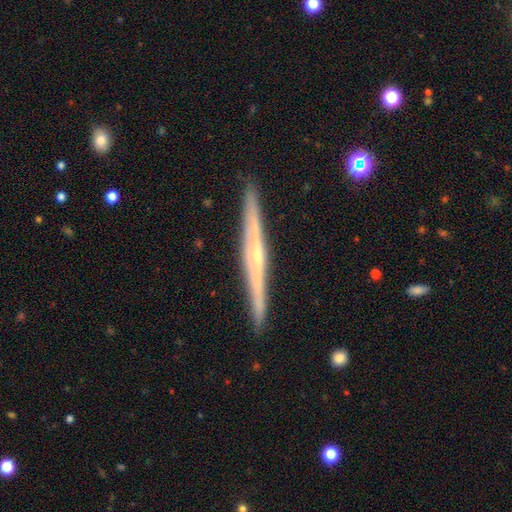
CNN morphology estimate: smooth_or_featured: featured or disk (p=0.74) [alt: smooth p=0.20]
disk_edge_on: yes (p=0.98) [alt: no p=0.02]
edge_on_bulge: rounded (p=0.52) [alt: none p=0.41]
merging: none (p=0.92) [alt: minor disturbance p=0.06]